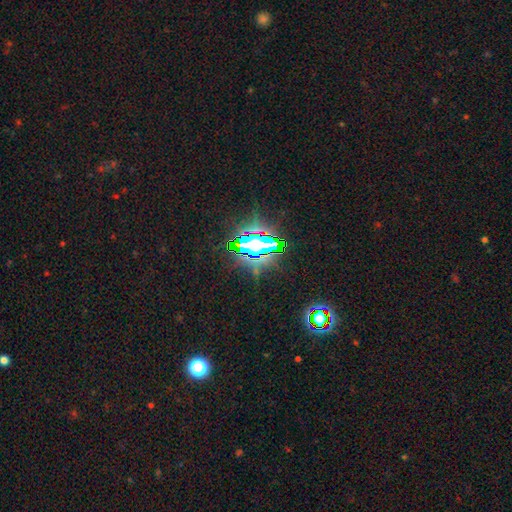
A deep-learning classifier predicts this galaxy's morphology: A star or artifact, not a galaxy (82%).